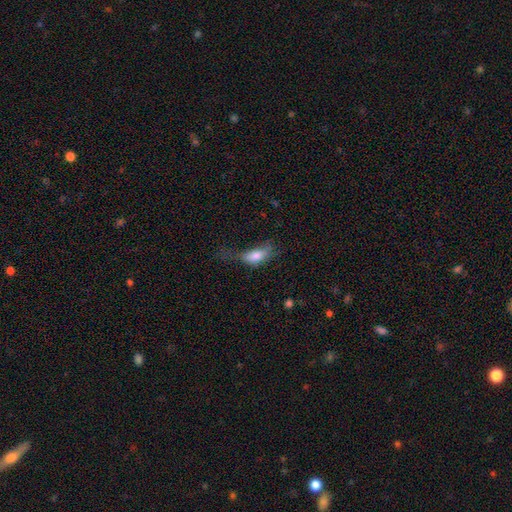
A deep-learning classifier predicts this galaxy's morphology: smooth 74%, featured or disk 17%, star or artifact 8%. Down the decision tree: how rounded — in between (83%); merging — major disturbance (44%).